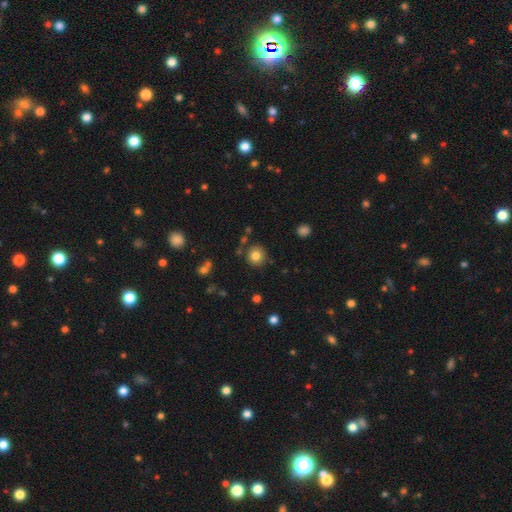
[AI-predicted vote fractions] This appears to be a smooth galaxy with no disk features (81%) that is round (91%). Merging: none (84%).